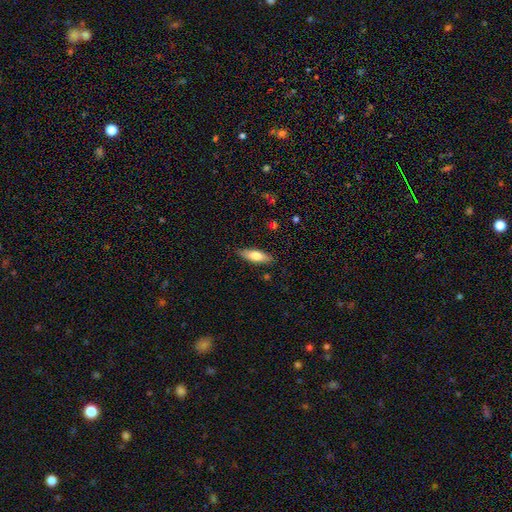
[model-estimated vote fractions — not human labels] A smooth galaxy with no disk features (70%) that is in between round and cigar-shaped (57%). Merging: none (84%).